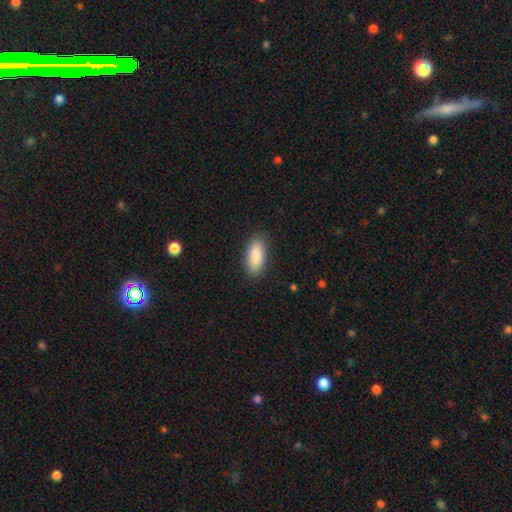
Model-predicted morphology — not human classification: smooth-or-featured: smooth: 90% | star or artifact: 6% | featured or disk: 4%
  how-rounded: in between: 85% | cigar-shaped: 12% | round: 2%
  merging: none: 87% | minor disturbance: 10% | major disturbance: 3% | merger: 1%